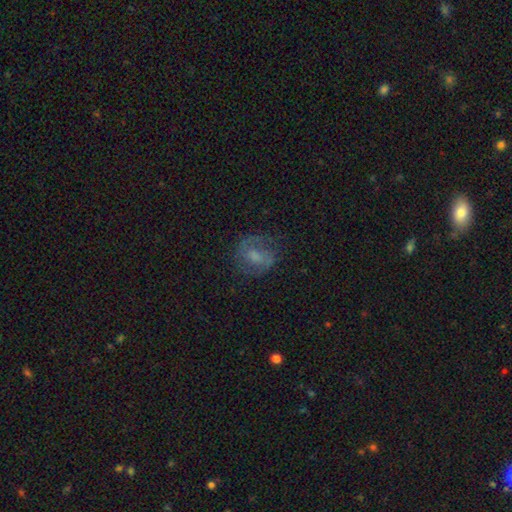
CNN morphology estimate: smooth-or-featured: featured or disk: 51% | smooth: 37% | star or artifact: 12%
  disk-edge-on: no: 96% | yes: 4%
  merging: none: 64% | minor disturbance: 20% | major disturbance: 14% | merger: 2%